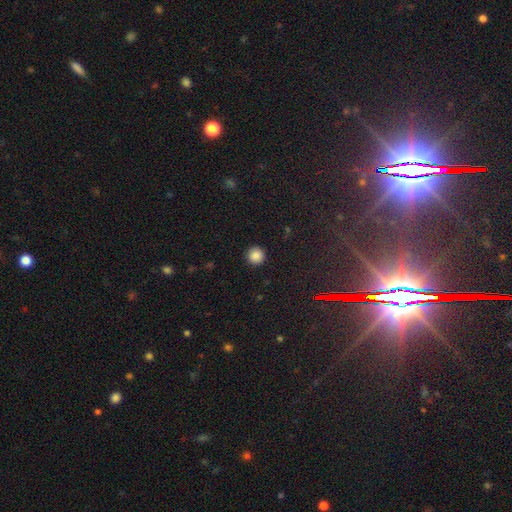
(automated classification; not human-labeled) Q: Smooth or featured?
A: smooth (86%); runner-up: star or artifact (11%)
Q: How rounded?
A: round (94%); runner-up: in between (5%)
Q: Merging?
A: none (92%); runner-up: minor disturbance (5%)